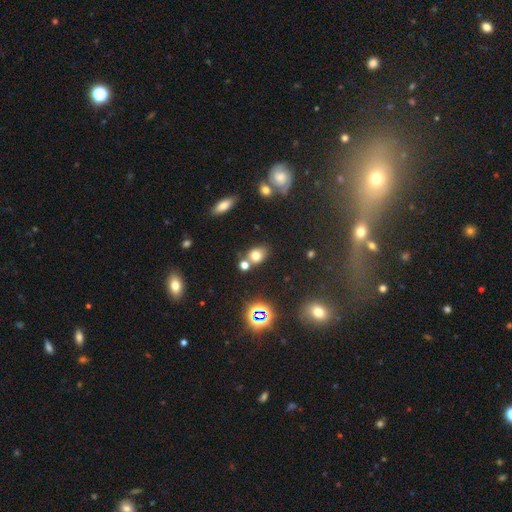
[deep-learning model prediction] smooth_or_featured: smooth (p=0.71) [alt: star or artifact p=0.19]
how_rounded: in between (p=0.53) [alt: round p=0.46]
merging: none (p=0.63) [alt: merger p=0.20]